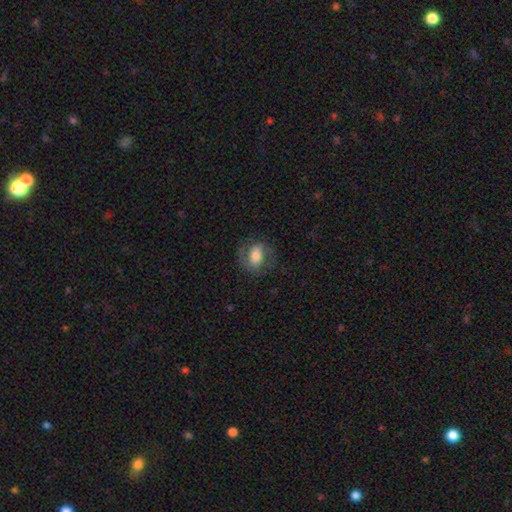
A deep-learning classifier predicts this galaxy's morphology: Smooth or featured?
  - featured or disk: 53% *
  - smooth: 39%
  - star or artifact: 8%
Edge-on disk?
  - no: 96% *
  - yes: 4%
Bar?
  - no: 40% *
  - weak: 36%
  - strong: 24%
Spiral arms?
  - yes: 82% *
  - no: 18%
Bulge size?
  - moderate: 42% *
  - large: 32%
  - small: 17%
  - dominant: 5%
  - none: 4%
Merging?
  - none: 67% *
  - minor disturbance: 18%
  - major disturbance: 14%
  - merger: 1%